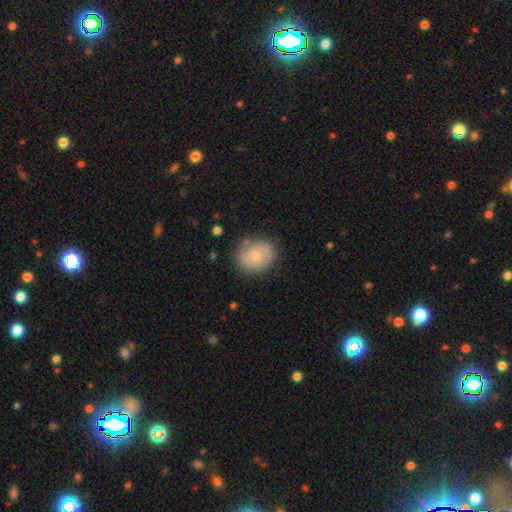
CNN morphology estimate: type=smooth (56%); roundness=round (73%); merging=none (79%).